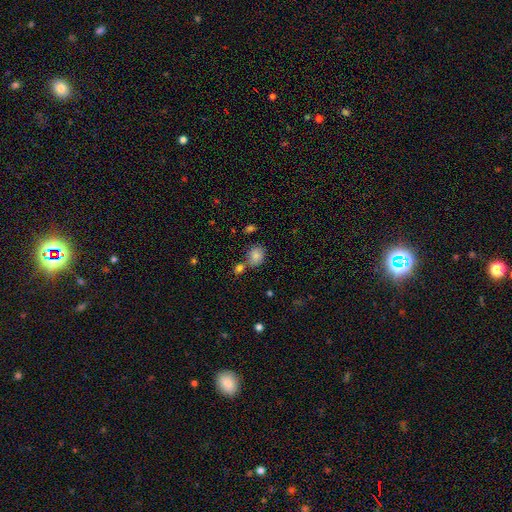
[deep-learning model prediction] Overall: smooth (83%). How rounded: round (55%; in between 44%). Merging: none (60%; merger 22%).